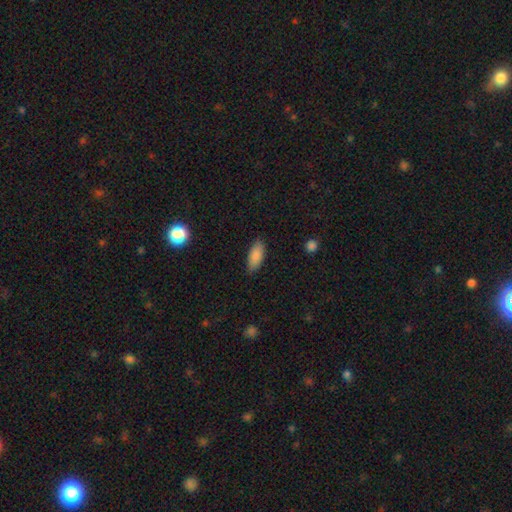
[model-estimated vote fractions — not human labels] This appears to be a smooth galaxy with no disk features (86%) that is in between round and cigar-shaped (84%). Merging: none (85%).